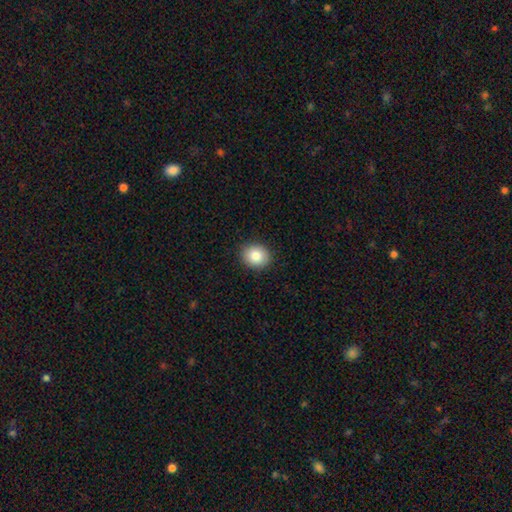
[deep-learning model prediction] Smooth or featured? smooth (84%)
How rounded? round (67%)
Merging? none (90%)